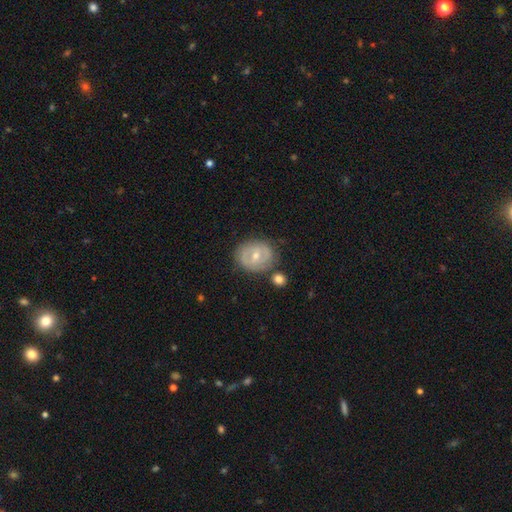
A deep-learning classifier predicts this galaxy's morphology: Smooth or featured: featured or disk — 64% (smooth — 30%)
Edge-on disk: no — 96% (yes — 4%)
Bar: weak — 46% (no — 39%)
Spiral arms: yes — 64% (no — 36%)
Bulge size: moderate — 54% (small — 43%)
Merging: none — 74% (minor disturbance — 16%)